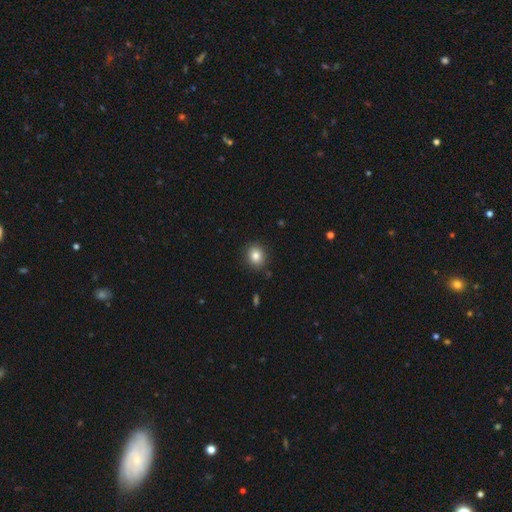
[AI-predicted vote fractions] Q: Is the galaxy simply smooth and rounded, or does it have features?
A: smooth — 83%.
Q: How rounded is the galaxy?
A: round — 71%.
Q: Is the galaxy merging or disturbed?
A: none — 89%.